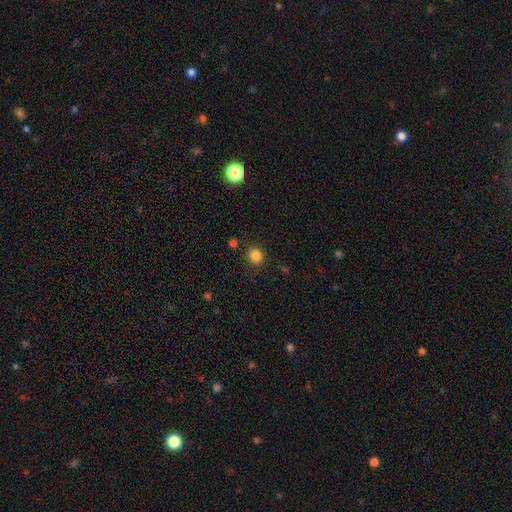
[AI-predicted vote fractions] A smooth galaxy with no disk features (84%) that is round (85%).

Vote fractions:
- Smooth or featured? smooth: 84% / star or artifact: 12% / featured or disk: 4%
- How rounded? round: 85% / in between: 14% / cigar-shaped: 1%
- Merging? none: 86% / minor disturbance: 9% / major disturbance: 3% / merger: 3%